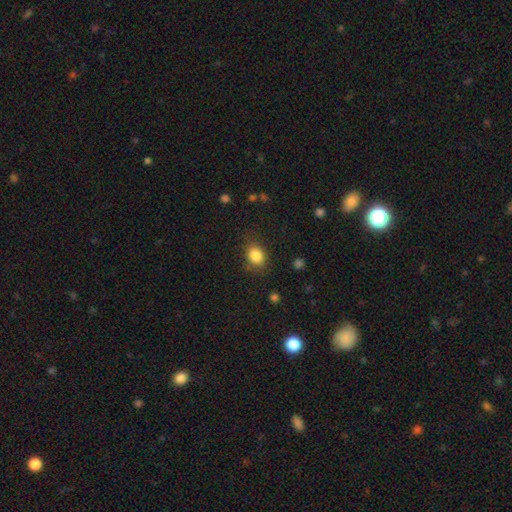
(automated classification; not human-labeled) Morphology: type=smooth (85%); roundness=in between (53%); merging=none (78%).